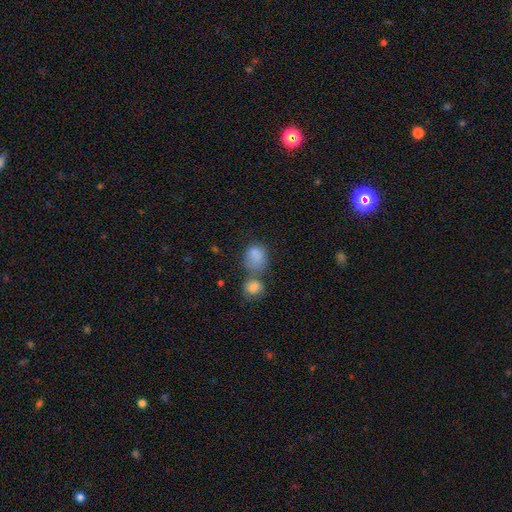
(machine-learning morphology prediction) Smooth or featured? smooth (82%)
How rounded? round (58%)
Merging? merger (39%)